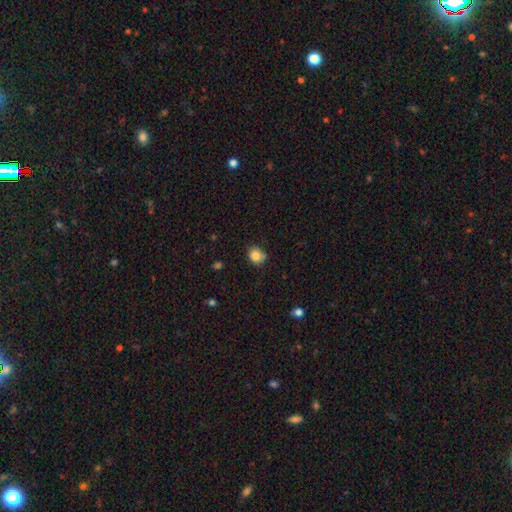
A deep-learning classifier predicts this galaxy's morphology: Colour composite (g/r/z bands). It shows a smooth galaxy with no disk features (83%) that is round (65%). Merging: none (69%).